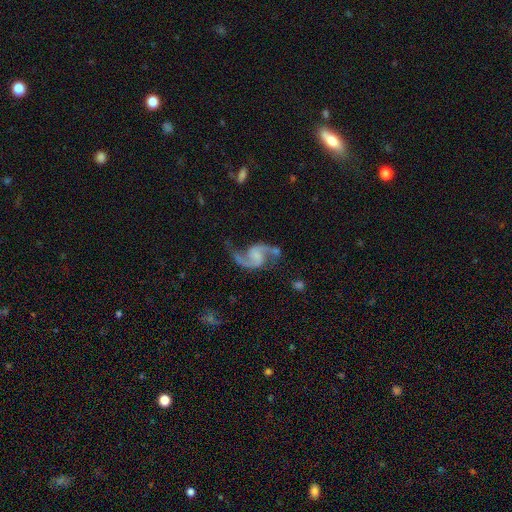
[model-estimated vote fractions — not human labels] A featured or disk galaxy (92%) with no bar (50%), 2 (94%) loose (62%) spiral arms (98%) and no central bulge (54%).

Vote fractions:
- Smooth or featured? featured or disk: 92% / star or artifact: 4% / smooth: 4%
- Edge-on disk? no: 98% / yes: 2%
- Bar? no: 50% / weak: 39% / strong: 11%
- Spiral arms? yes: 98% / no: 2%
- Spiral winding? loose: 62% / medium: 33% / tight: 5%
- Spiral arm count? 2: 94% / 1: 2% / can't tell: 1% / 3: 1% / 4: 1% / more than 4: 1%
- Bulge size? none: 54% / small: 26% / moderate: 13% / large: 5% / dominant: 1%
- Merging? none: 68% / minor disturbance: 17% / major disturbance: 11% / merger: 4%